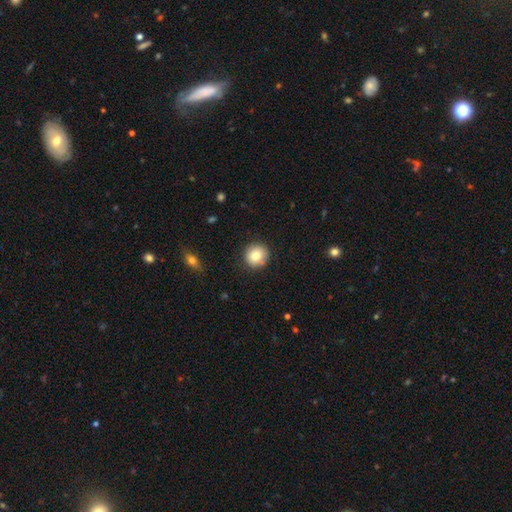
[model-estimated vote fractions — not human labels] Morphology: type=smooth (82%); roundness=round (92%); merging=none (89%).